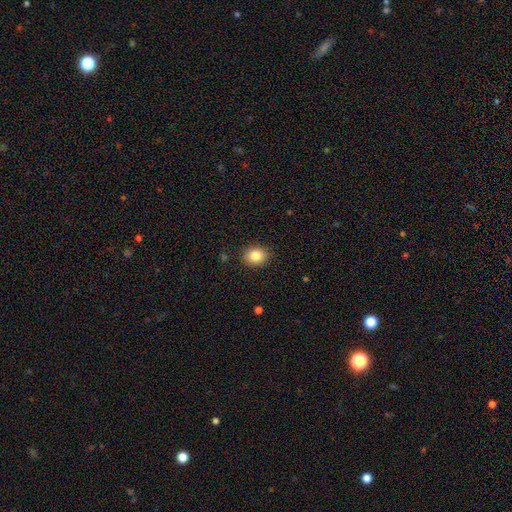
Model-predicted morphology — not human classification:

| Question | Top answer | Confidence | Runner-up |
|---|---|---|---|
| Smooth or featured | smooth | 84% | star or artifact (10%) |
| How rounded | round | 59% | in between (40%) |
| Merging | none | 88% | minor disturbance (9%) |